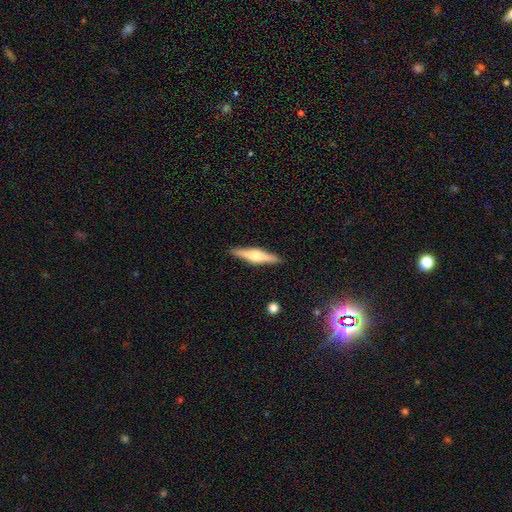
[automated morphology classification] featured or disk 66%, smooth 28%, star or artifact 6%. Down the decision tree: edge-on disk — yes (97%); edge-on bulge — rounded (90%); merging — none (90%).